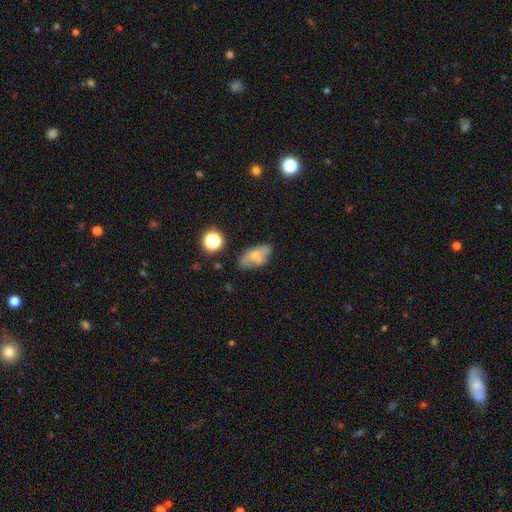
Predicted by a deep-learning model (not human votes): Morphology: type=smooth (57%); roundness=in between (87%); merging=none (52%).